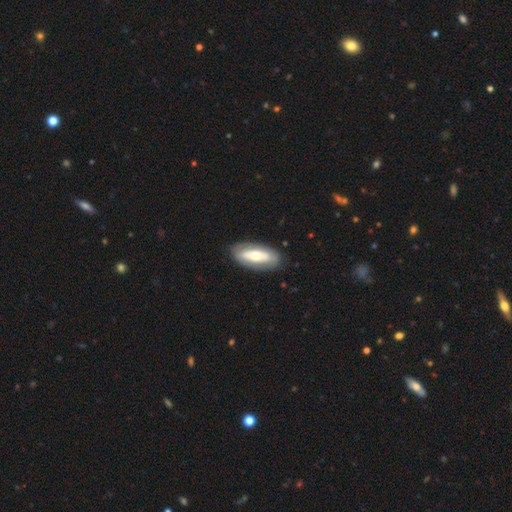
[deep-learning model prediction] Smooth or featured?
  - featured or disk: 50% *
  - smooth: 45%
  - star or artifact: 5%
Edge-on disk?
  - no: 80% *
  - yes: 20%
Merging?
  - none: 83% *
  - minor disturbance: 12%
  - major disturbance: 4%
  - merger: 1%